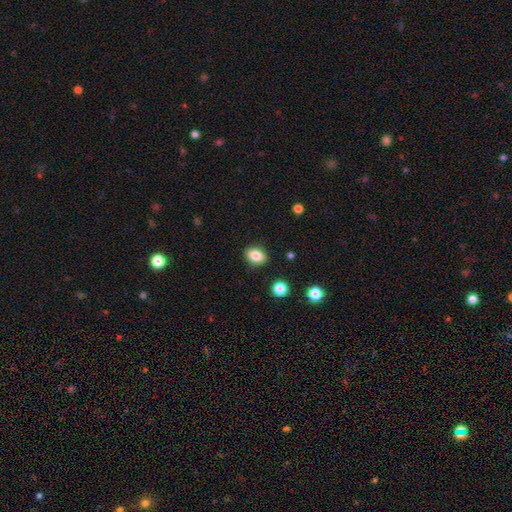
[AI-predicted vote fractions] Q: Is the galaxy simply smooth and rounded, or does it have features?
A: smooth — 84%.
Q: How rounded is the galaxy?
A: in between — 75%.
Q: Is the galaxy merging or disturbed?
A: none — 88%.